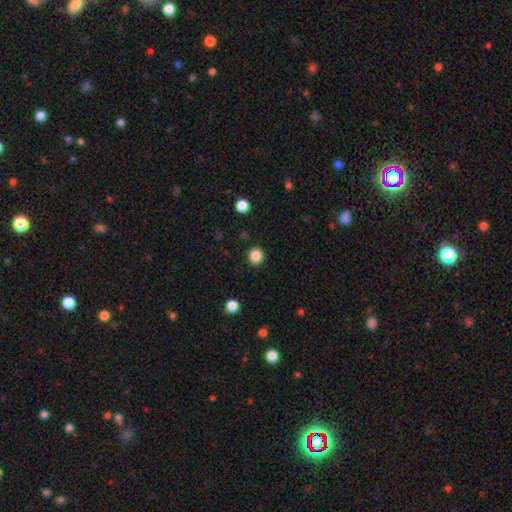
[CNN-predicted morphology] This is clearly a smooth galaxy (86%). How rounded: clearly round (86%). Merging: clearly none (90%).